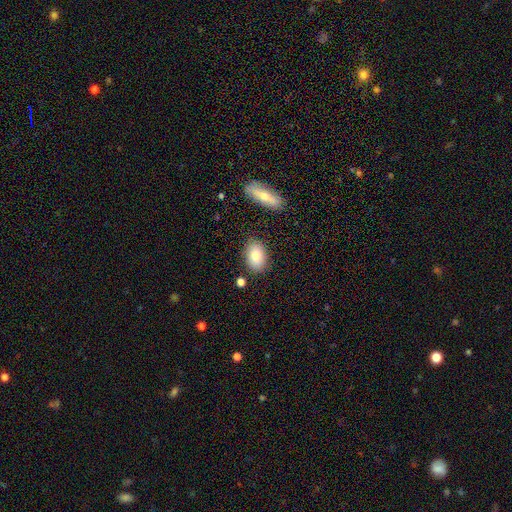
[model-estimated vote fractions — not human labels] Smooth or featured?
  - smooth: 80% *
  - featured or disk: 13%
  - star or artifact: 7%
How rounded?
  - in between: 84% *
  - round: 14%
  - cigar-shaped: 2%
Merging?
  - none: 82% *
  - minor disturbance: 11%
  - merger: 4%
  - major disturbance: 3%